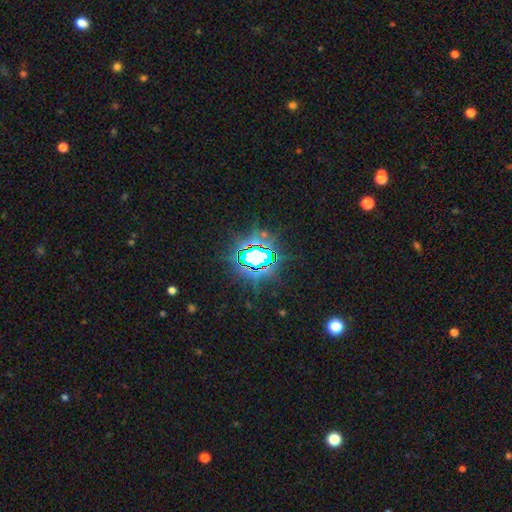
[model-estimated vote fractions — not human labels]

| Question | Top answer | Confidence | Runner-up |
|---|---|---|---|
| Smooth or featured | star or artifact | 77% | smooth (12%) |